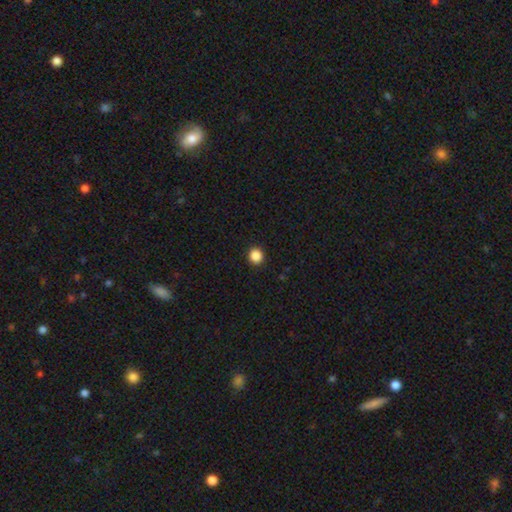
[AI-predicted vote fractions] Smooth or featured: smooth — 87% (star or artifact — 11%)
How rounded: round — 90% (in between — 9%)
Merging: none — 93% (minor disturbance — 5%)